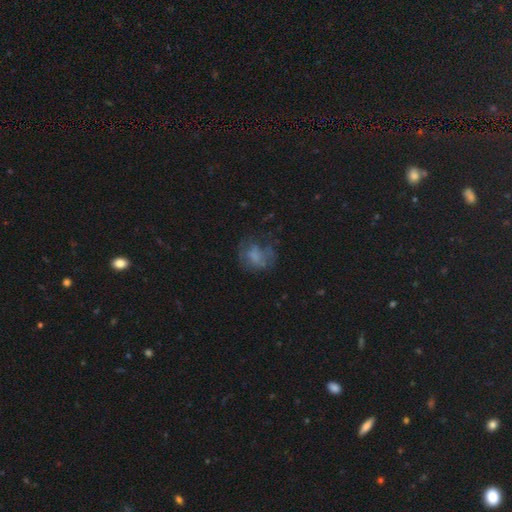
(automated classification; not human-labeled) Overall: smooth (50%; featured or disk 35%). How rounded: round (52%; in between 47%). Merging: none (43%; major disturbance 32%).